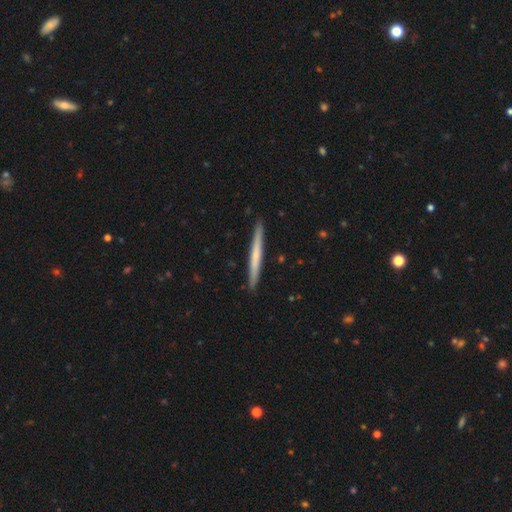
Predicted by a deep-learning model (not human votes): Smooth or featured? smooth (49%)
Merging? none (92%)